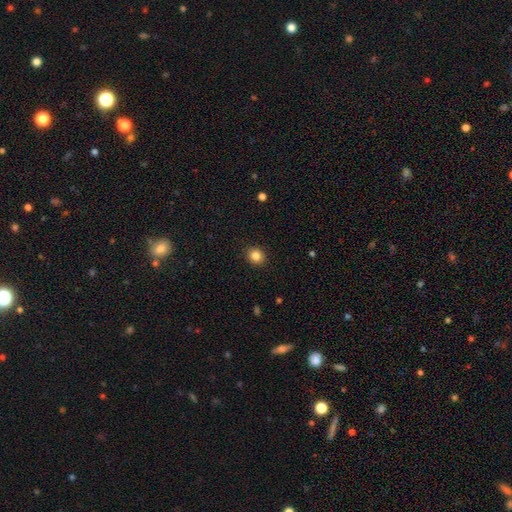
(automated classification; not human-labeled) smooth_or_featured: smooth (p=0.85) [alt: star or artifact p=0.11]
how_rounded: round (p=0.77) [alt: in between p=0.22]
merging: none (p=0.91) [alt: minor disturbance p=0.06]